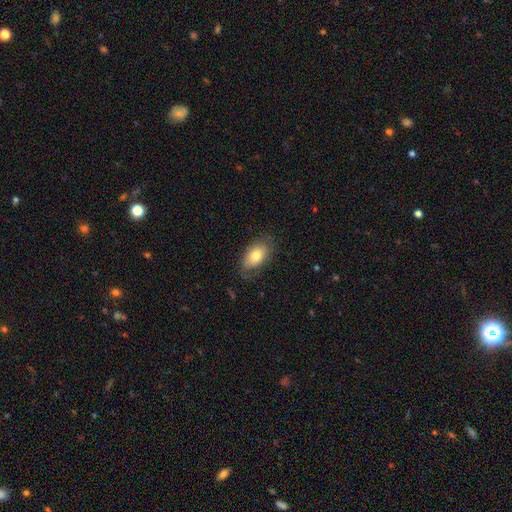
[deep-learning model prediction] Smooth or featured? Predicted: smooth (p=0.75). How rounded? Predicted: in between (p=0.92). Merging? Predicted: none (p=0.74).